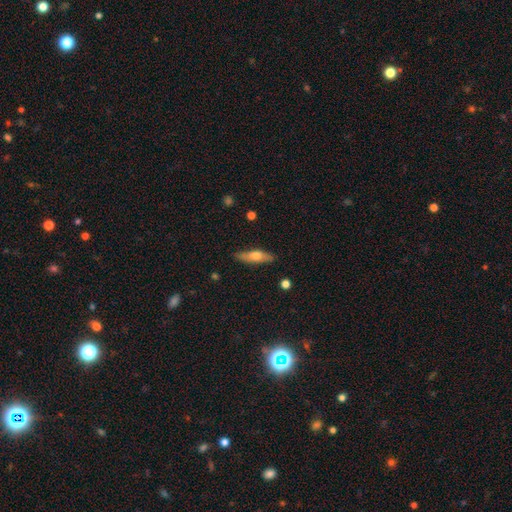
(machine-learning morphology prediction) Smooth or featured? Predicted: smooth (p=0.58). How rounded? Predicted: cigar-shaped (p=0.59). Merging? Predicted: none (p=0.84).